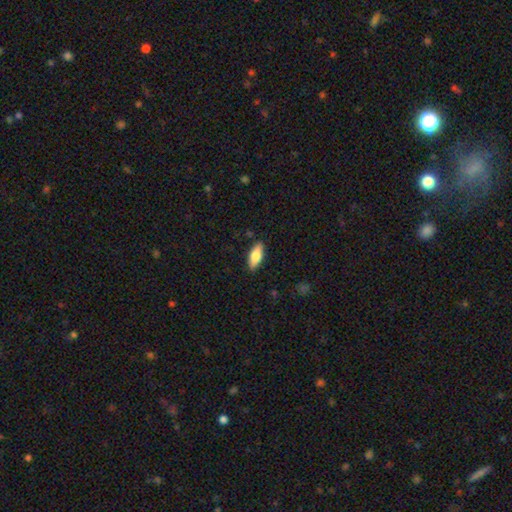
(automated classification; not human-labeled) Smooth or featured?
  - smooth: 77% *
  - featured or disk: 17%
  - star or artifact: 6%
How rounded?
  - in between: 77% *
  - cigar-shaped: 21%
  - round: 2%
Merging?
  - none: 88% *
  - minor disturbance: 9%
  - major disturbance: 2%
  - merger: 1%